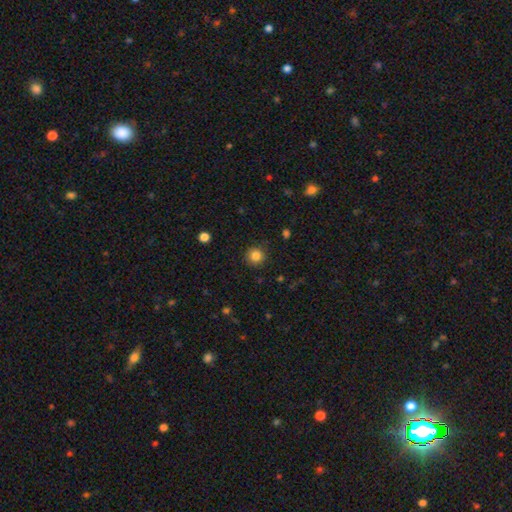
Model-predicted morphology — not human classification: A smooth galaxy with no disk features (84%) that is round (94%). Merging: none (89%).